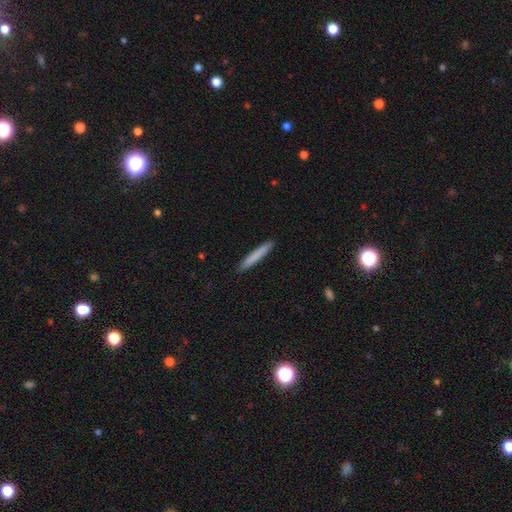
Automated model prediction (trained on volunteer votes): Smooth or featured?
  - smooth: 78% *
  - featured or disk: 16%
  - star or artifact: 6%
How rounded?
  - cigar-shaped: 96% *
  - in between: 3%
  - round: 1%
Merging?
  - none: 91% *
  - minor disturbance: 7%
  - major disturbance: 1%
  - merger: 1%